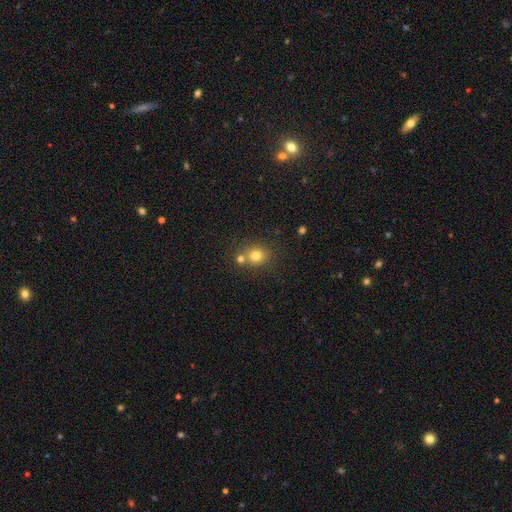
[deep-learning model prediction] Smooth or featured?
  - smooth: 77% *
  - star or artifact: 14%
  - featured or disk: 9%
How rounded?
  - round: 74% *
  - in between: 25%
  - cigar-shaped: 1%
Merging?
  - none: 64% *
  - merger: 24%
  - minor disturbance: 9%
  - major disturbance: 3%